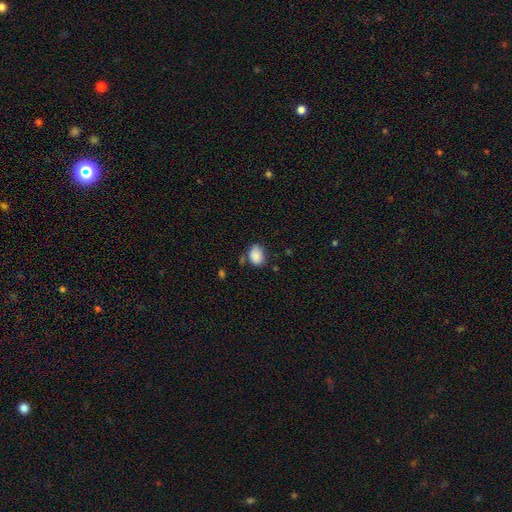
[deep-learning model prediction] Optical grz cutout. It shows a smooth galaxy with no disk features (87%) that is in between round and cigar-shaped (71%). Merging: none (67%).